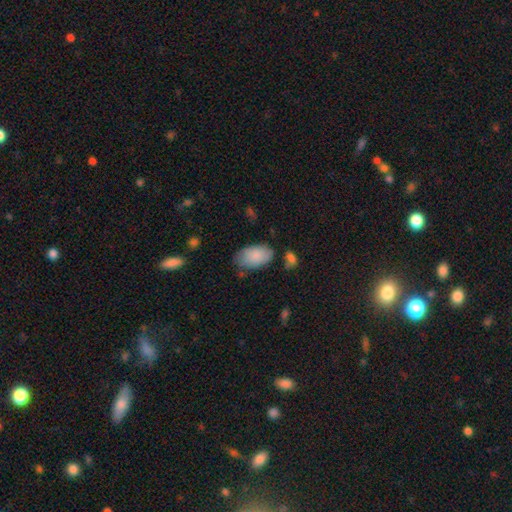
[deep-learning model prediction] smooth_or_featured: smooth (p=0.86) [alt: featured or disk p=0.08]
how_rounded: in between (p=0.94) [alt: round p=0.04]
merging: none (p=0.70) [alt: minor disturbance p=0.21]